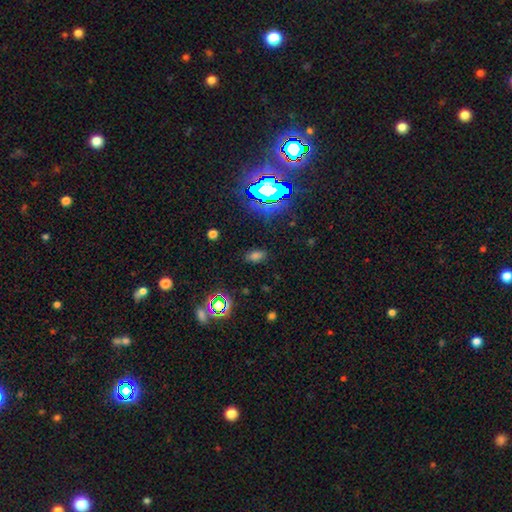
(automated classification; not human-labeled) Q: Smooth or featured?
A: smooth (58%); runner-up: star or artifact (34%)
Q: How rounded?
A: in between (84%); runner-up: round (12%)
Q: Merging?
A: none (85%); runner-up: minor disturbance (10%)